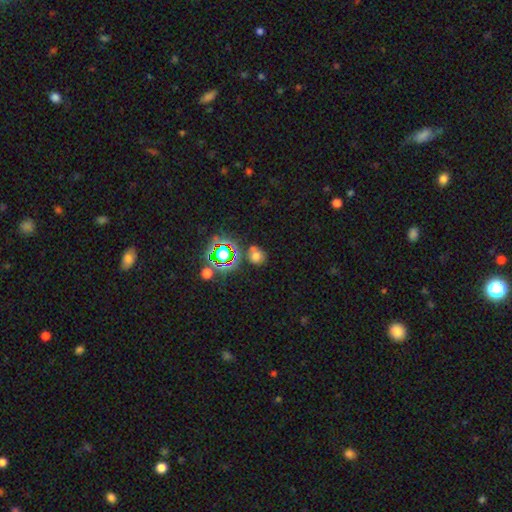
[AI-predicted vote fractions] smooth 60%, star or artifact 30%, featured or disk 10%. Down the decision tree: how rounded — round (75%); merging — none (65%).